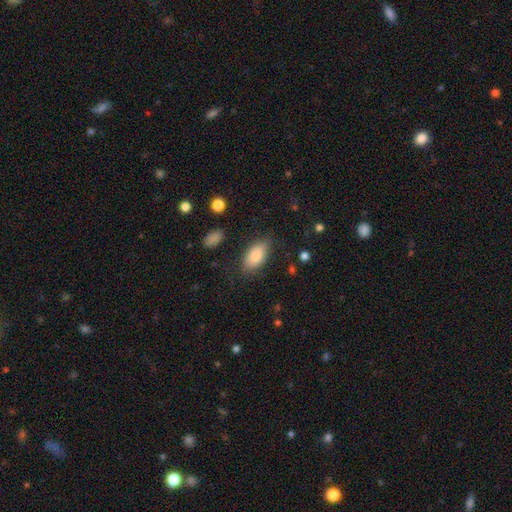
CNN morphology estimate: smooth-or-featured: smooth: 85% | featured or disk: 8% | star or artifact: 7%
  how-rounded: in between: 92% | cigar-shaped: 5% | round: 3%
  merging: none: 76% | minor disturbance: 17% | major disturbance: 5% | merger: 2%